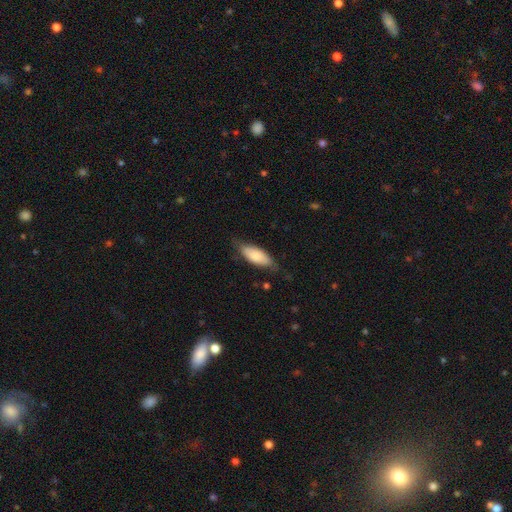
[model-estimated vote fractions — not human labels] Overall: smooth (76%). How rounded: in between (79%). Merging: none (68%).